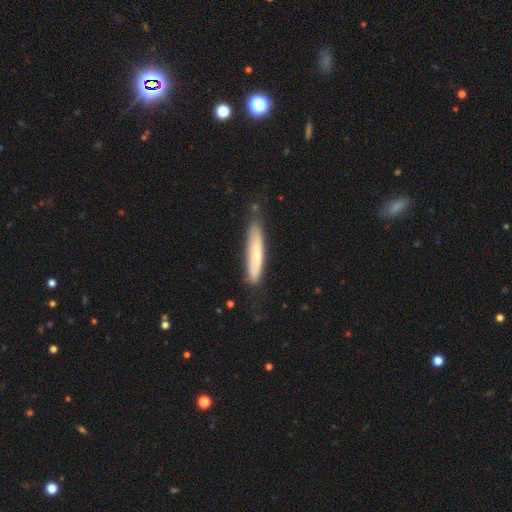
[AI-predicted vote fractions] Q: Smooth or featured?
A: smooth (63%); runner-up: featured or disk (30%)
Q: How rounded?
A: cigar-shaped (90%); runner-up: in between (8%)
Q: Merging?
A: none (69%); runner-up: minor disturbance (23%)